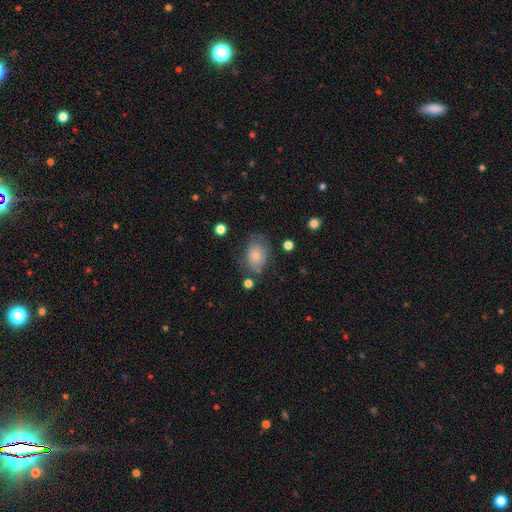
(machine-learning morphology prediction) smooth-or-featured: smooth: 75% | featured or disk: 16% | star or artifact: 8%
  how-rounded: in between: 74% | round: 25% | cigar-shaped: 1%
  merging: none: 59% | minor disturbance: 26% | major disturbance: 11% | merger: 4%